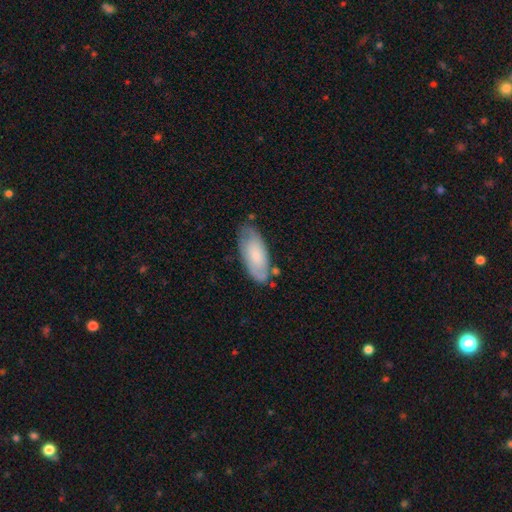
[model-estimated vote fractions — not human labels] Q: Smooth or featured?
A: smooth (68%); runner-up: featured or disk (26%)
Q: How rounded?
A: in between (85%); runner-up: cigar-shaped (13%)
Q: Merging?
A: none (69%); runner-up: minor disturbance (22%)